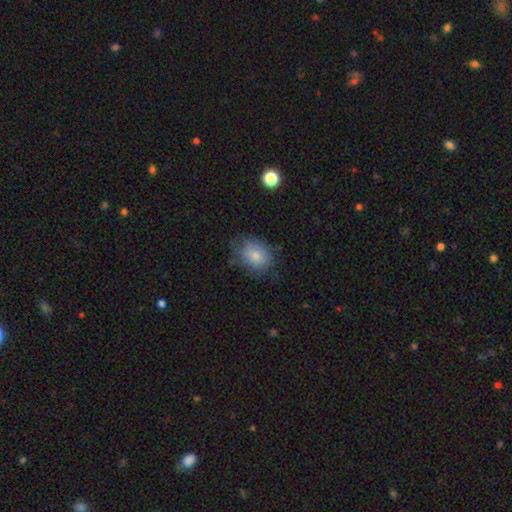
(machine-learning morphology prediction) This appears to be a smooth galaxy with no disk features (77%) that is in between round and cigar-shaped (59%). Merging: none (59%).